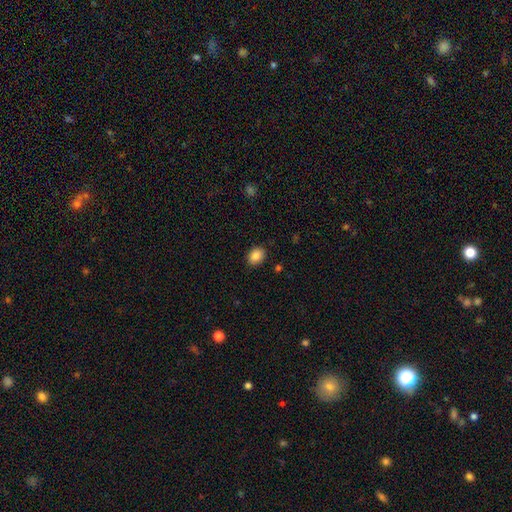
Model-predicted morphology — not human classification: A smooth galaxy with no disk features (86%) that is in between round and cigar-shaped (64%). Merging: none (87%).